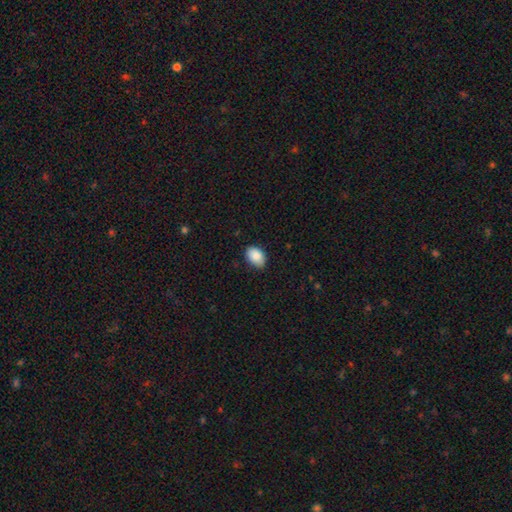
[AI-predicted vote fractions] Overall: smooth (88%). How rounded: in between (82%). Merging: none (81%).